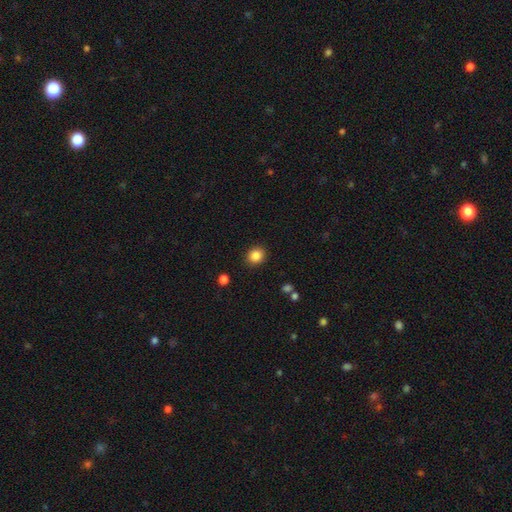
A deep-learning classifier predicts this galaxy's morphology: Smooth or featured: smooth — 86% (star or artifact — 10%)
How rounded: round — 81% (in between — 19%)
Merging: none — 91% (minor disturbance — 6%)